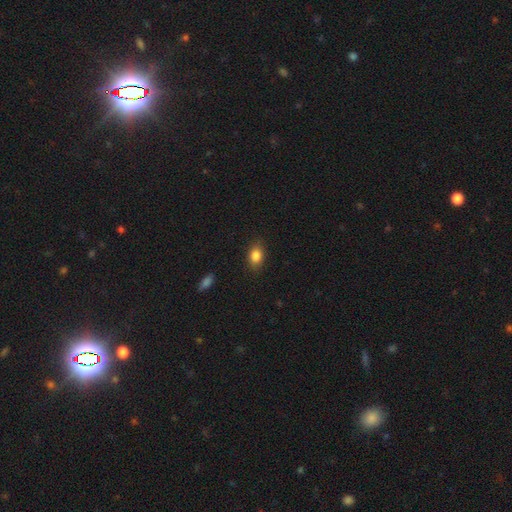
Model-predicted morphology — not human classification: A smooth galaxy with no disk features (85%) that is in between round and cigar-shaped (78%).

Vote fractions:
- Smooth or featured? smooth: 85% / star or artifact: 9% / featured or disk: 6%
- How rounded? in between: 78% / round: 20% / cigar-shaped: 2%
- Merging? none: 86% / minor disturbance: 11% / major disturbance: 3% / merger: 1%